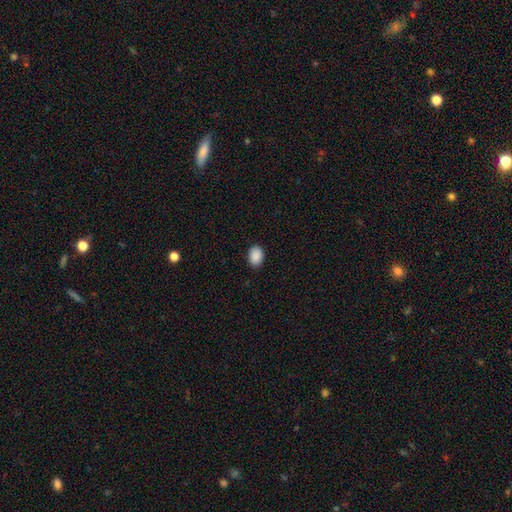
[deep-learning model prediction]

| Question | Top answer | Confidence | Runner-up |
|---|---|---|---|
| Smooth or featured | smooth | 90% | star or artifact (7%) |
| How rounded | in between | 75% | round (24%) |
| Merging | none | 89% | minor disturbance (9%) |